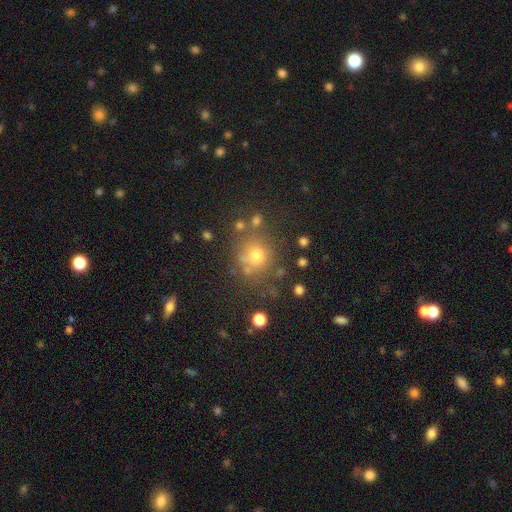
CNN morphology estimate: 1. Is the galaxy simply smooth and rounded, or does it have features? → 69% smooth, 20% star or artifact, 10% featured or disk.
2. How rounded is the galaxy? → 87% round, 12% in between, 1% cigar-shaped.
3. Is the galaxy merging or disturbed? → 72% none, 13% minor disturbance, 9% merger, 6% major disturbance.